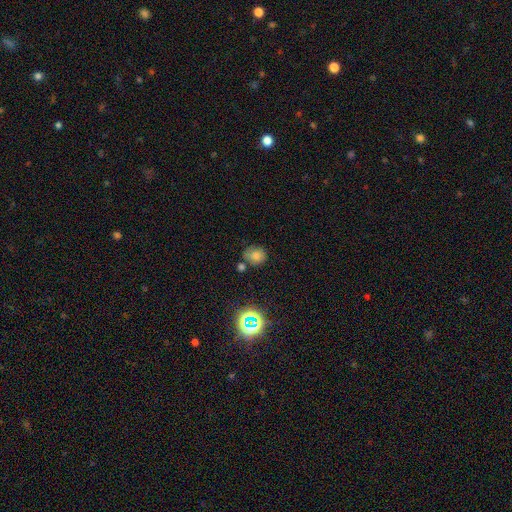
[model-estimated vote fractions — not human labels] smooth 70%, star or artifact 18%, featured or disk 12%. Down the decision tree: how rounded — round (63%); merging — none (60%).